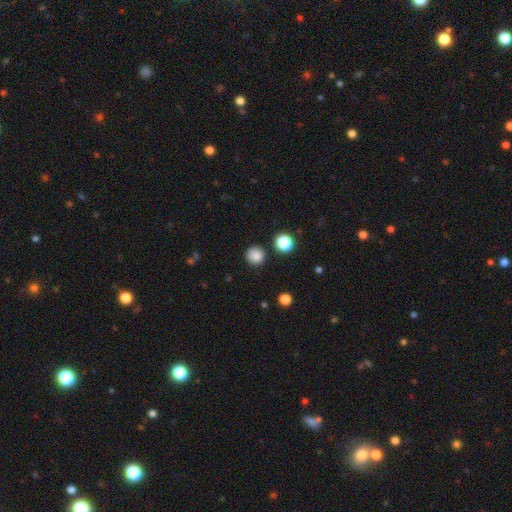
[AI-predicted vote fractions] Smooth or featured?
  - smooth: 84% *
  - star or artifact: 12%
  - featured or disk: 4%
How rounded?
  - round: 94% *
  - in between: 5%
  - cigar-shaped: 1%
Merging?
  - none: 88% *
  - minor disturbance: 7%
  - merger: 3%
  - major disturbance: 2%